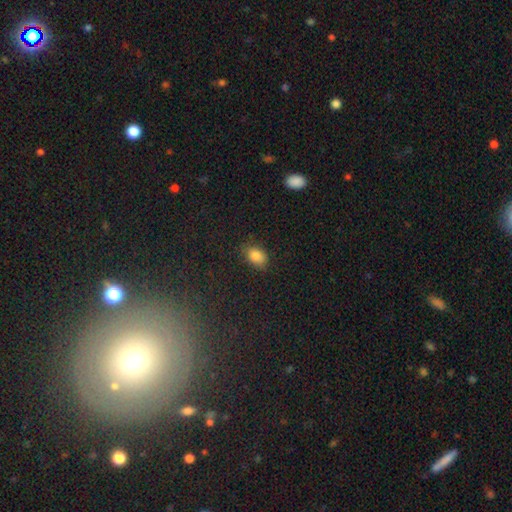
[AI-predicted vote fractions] smooth 84%, star or artifact 10%, featured or disk 5%. Down the decision tree: how rounded — in between (81%); merging — none (75%).